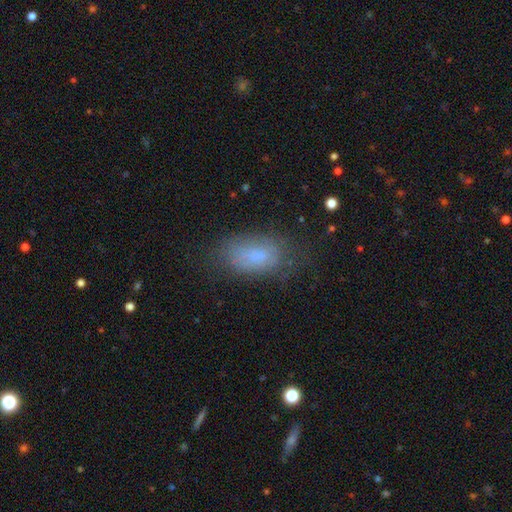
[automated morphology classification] type=smooth (77%); roundness=in between (90%); merging=none (68%).